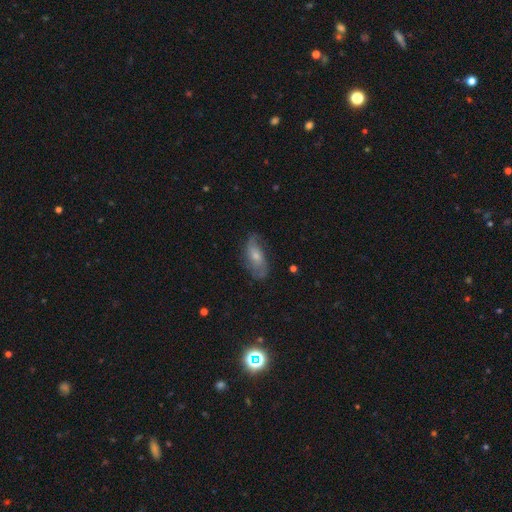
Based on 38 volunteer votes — Volunteers were most divided on "bulge size" (2-way tie): moderate: 45%, small: 45%, large: 5%, none: 5%, dominant: 0%. Remaining: edge-on disk — no (95%); spiral arm count — 2 (88%); spiral arms — yes (85%); bar — no (70%); merging — none (69%); smooth or featured — featured or disk (55%); spiral winding — loose (41%).